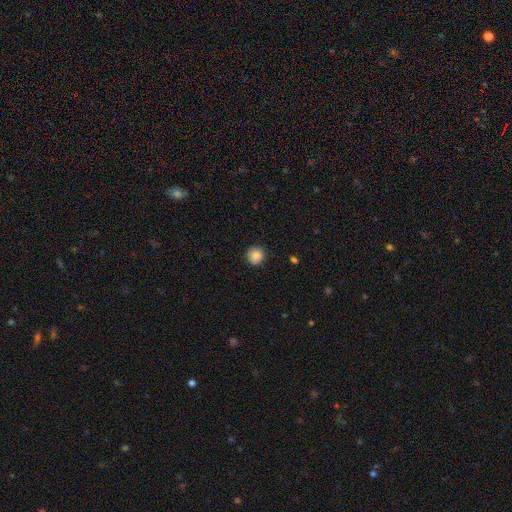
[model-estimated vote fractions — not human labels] A smooth galaxy with no disk features (86%) that is round (94%). Merging: none (88%).